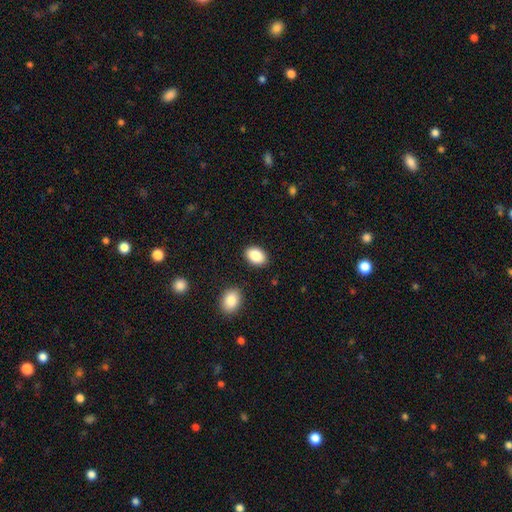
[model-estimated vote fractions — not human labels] Smooth or featured? Predicted: smooth (p=0.87). How rounded? Predicted: in between (p=0.85). Merging? Predicted: none (p=0.88).